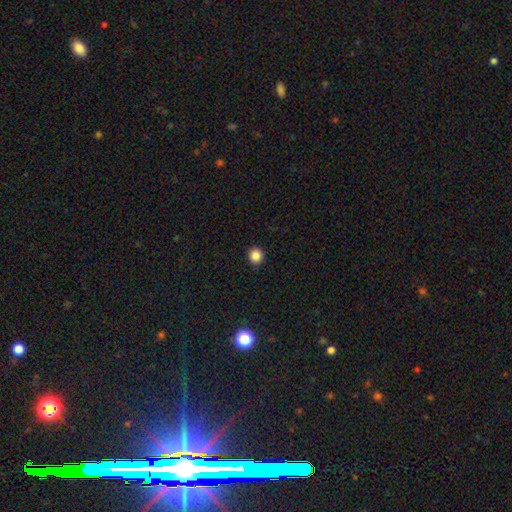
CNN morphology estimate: A smooth galaxy with no disk features (85%) that is round (90%). Merging: none (92%).